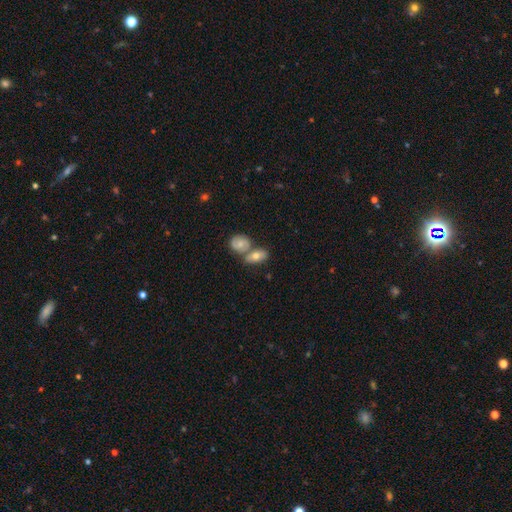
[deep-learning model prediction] Smooth or featured? smooth (63%)
How rounded? in between (80%)
Merging? none (43%, tied with merger)